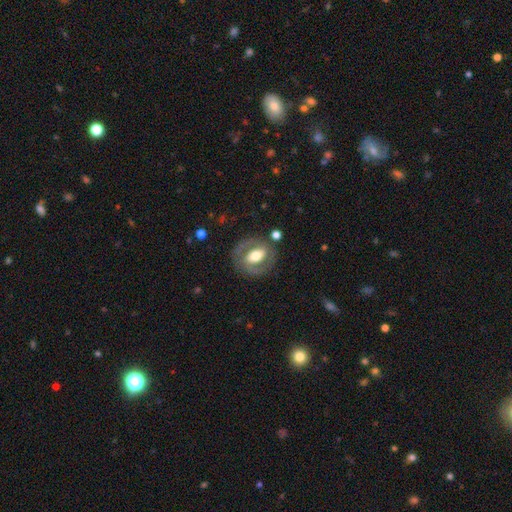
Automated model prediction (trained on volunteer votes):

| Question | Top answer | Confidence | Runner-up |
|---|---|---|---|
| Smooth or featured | featured or disk | 62% | smooth (32%) |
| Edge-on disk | no | 94% | yes (6%) |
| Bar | no | 38% | weak (32%) |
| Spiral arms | no | 50% | tied: yes (50%) |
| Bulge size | moderate | 61% | large (25%) |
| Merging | none | 75% | minor disturbance (14%) |